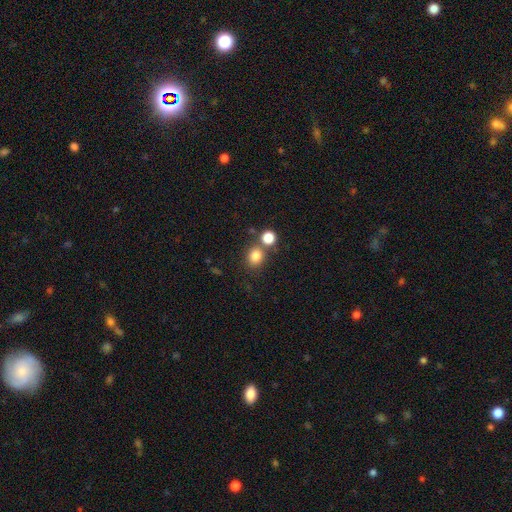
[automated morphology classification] Smooth or featured? smooth (82%)
How rounded? round (69%)
Merging? none (65%)